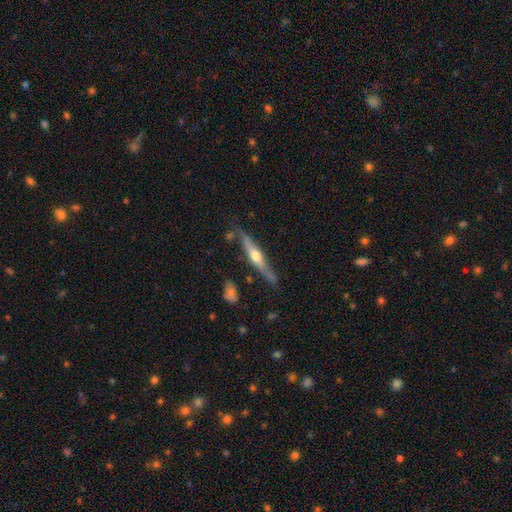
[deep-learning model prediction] The model was most divided on "smooth or featured": featured or disk: 68%, smooth: 26%, star or artifact: 5%. More confident: edge-on disk — yes (94%); edge-on bulge — rounded (90%); merging — none (74%).